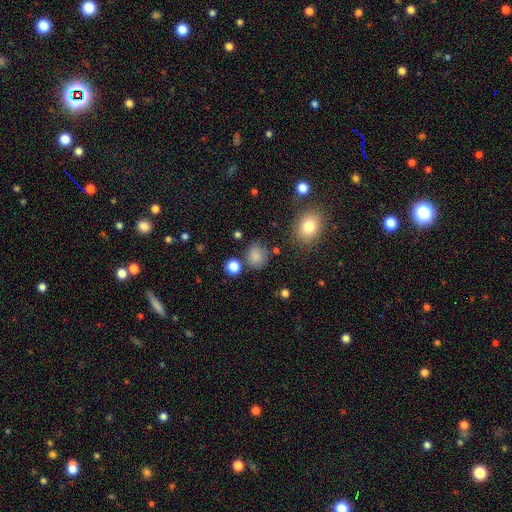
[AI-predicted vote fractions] Smooth or featured? smooth (83%)
How rounded? round (82%)
Merging? none (77%)